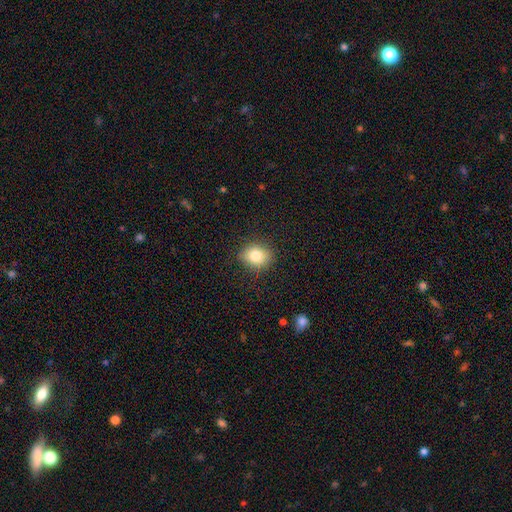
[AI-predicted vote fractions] A smooth galaxy with no disk features (83%) that is round (53%). Merging: none (85%).